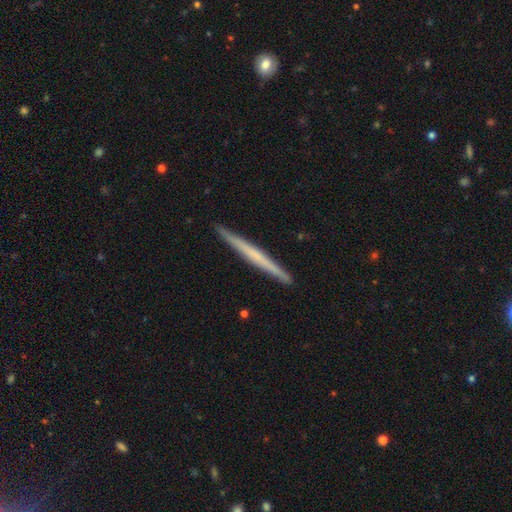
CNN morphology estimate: Overall: featured or disk (55%; smooth 40%). Edge-on disk: yes (98%). Edge-on bulge: none (78%). Merging: none (92%).